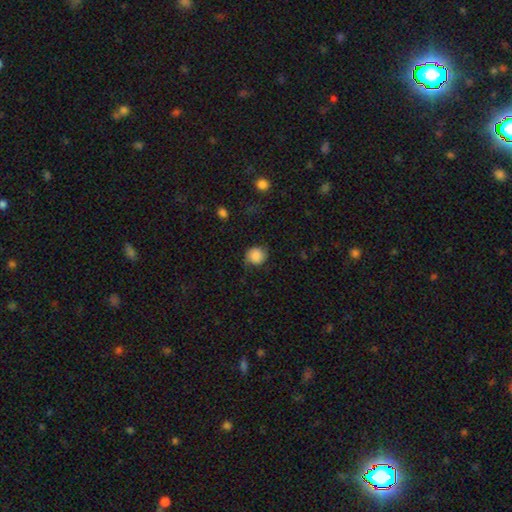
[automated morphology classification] Q: Smooth or featured?
A: smooth (79%); runner-up: featured or disk (12%)
Q: How rounded?
A: round (86%); runner-up: in between (13%)
Q: Merging?
A: none (70%); runner-up: minor disturbance (21%)